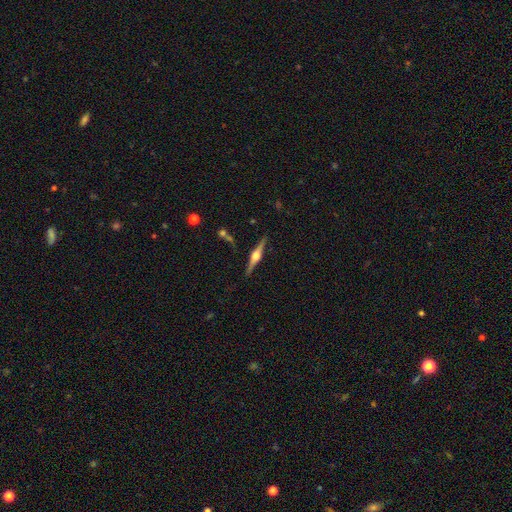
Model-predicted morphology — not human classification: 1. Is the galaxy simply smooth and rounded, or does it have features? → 85% featured or disk, 9% smooth, 5% star or artifact.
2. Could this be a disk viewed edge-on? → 98% yes, 2% no.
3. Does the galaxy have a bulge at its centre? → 94% rounded, 5% boxy, 1% none.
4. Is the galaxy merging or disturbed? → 89% none, 7% minor disturbance, 2% merger, 2% major disturbance.